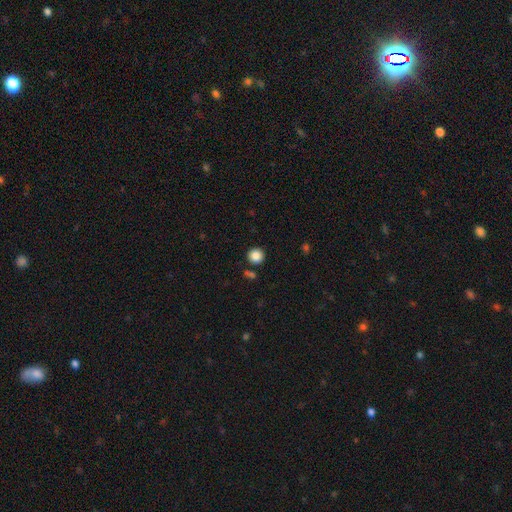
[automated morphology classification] A smooth galaxy with no disk features (86%) that is round (95%). Merging: none (88%).